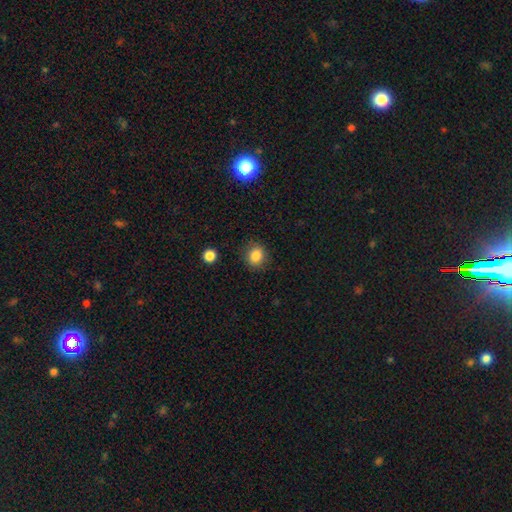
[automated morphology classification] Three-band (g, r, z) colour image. It shows a smooth galaxy with no disk features (85%) that is round (76%). Merging: none (86%).